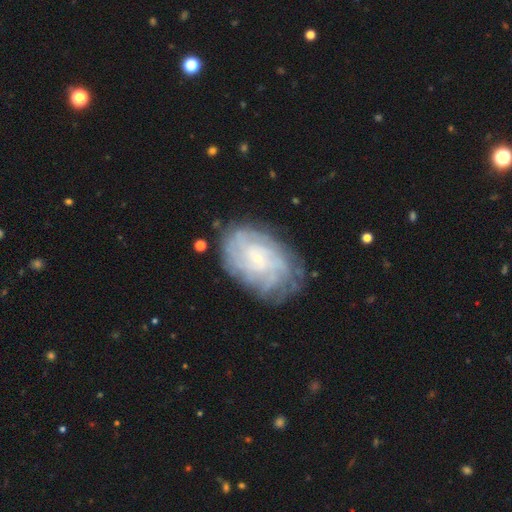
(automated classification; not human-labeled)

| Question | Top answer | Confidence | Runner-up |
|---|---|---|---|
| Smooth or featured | featured or disk | 76% | smooth (15%) |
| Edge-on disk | no | 97% | yes (3%) |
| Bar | no | 70% | weak (25%) |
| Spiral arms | yes | 92% | no (8%) |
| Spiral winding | tight | 74% | medium (20%) |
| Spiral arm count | can't tell | 43% | more than 4 (19%) |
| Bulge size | small | 82% | moderate (12%) |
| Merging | none | 77% | minor disturbance (16%) |